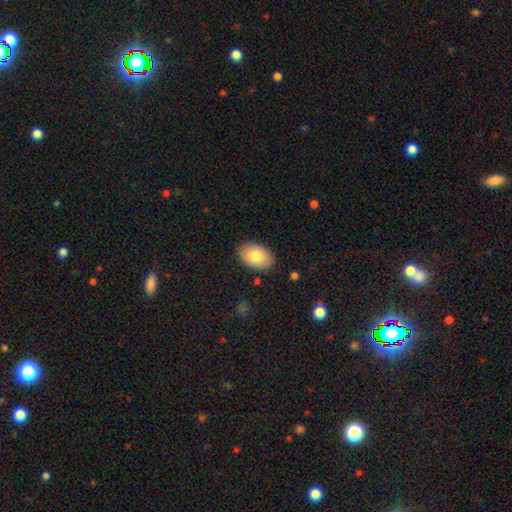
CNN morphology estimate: A smooth galaxy with no disk features (80%) that is in between round and cigar-shaped (89%).

Vote fractions:
- Smooth or featured? smooth: 80% / featured or disk: 14% / star or artifact: 7%
- How rounded? in between: 89% / round: 10% / cigar-shaped: 1%
- Merging? none: 85% / minor disturbance: 11% / major disturbance: 2% / merger: 1%